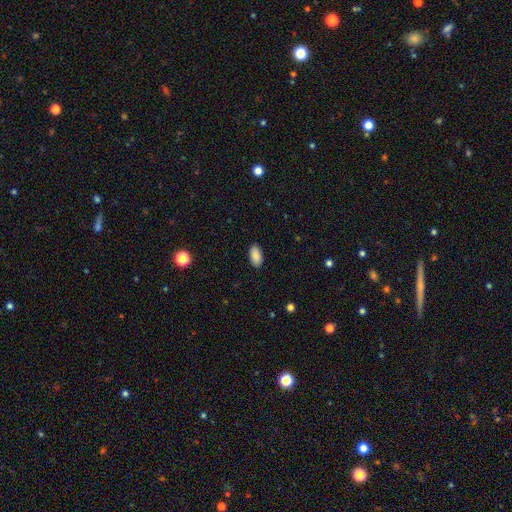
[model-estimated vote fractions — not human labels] smooth-or-featured: smooth: 89% | star or artifact: 7% | featured or disk: 4%
  how-rounded: in between: 94% | cigar-shaped: 3% | round: 3%
  merging: none: 89% | minor disturbance: 8% | major disturbance: 2% | merger: 1%